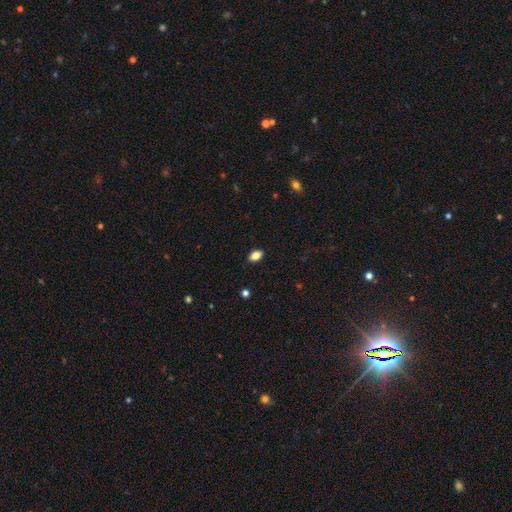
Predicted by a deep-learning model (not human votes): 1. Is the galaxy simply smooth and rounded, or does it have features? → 85% smooth, 9% star or artifact, 6% featured or disk.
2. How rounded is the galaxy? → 88% in between, 10% round, 2% cigar-shaped.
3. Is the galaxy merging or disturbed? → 89% none, 8% minor disturbance, 2% major disturbance, 1% merger.